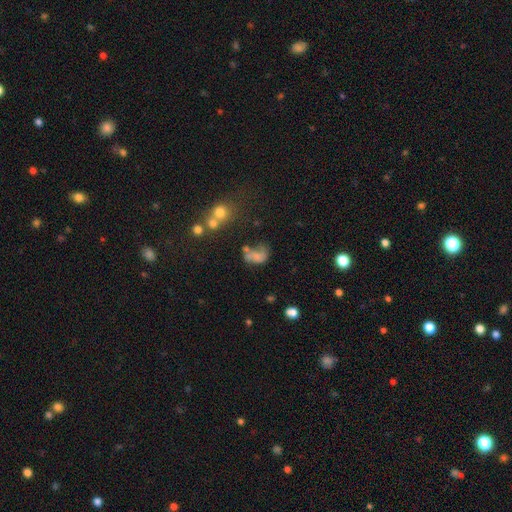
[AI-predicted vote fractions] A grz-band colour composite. It shows a smooth galaxy with no disk features (55%) that is in between round and cigar-shaped (79%). Merging: major disturbance (31%).